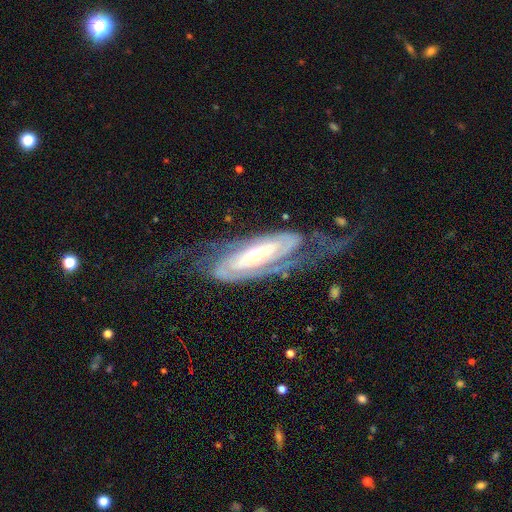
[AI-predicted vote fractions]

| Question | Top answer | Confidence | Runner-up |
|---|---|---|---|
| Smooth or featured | featured or disk | 88% | smooth (7%) |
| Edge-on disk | no | 89% | yes (11%) |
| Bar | no | 44% | strong (29%) |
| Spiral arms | yes | 94% | no (6%) |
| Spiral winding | tight | 51% | medium (33%) |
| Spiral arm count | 2 | 72% | can't tell (14%) |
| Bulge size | moderate | 61% | small (27%) |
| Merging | none | 58% | major disturbance (23%) |